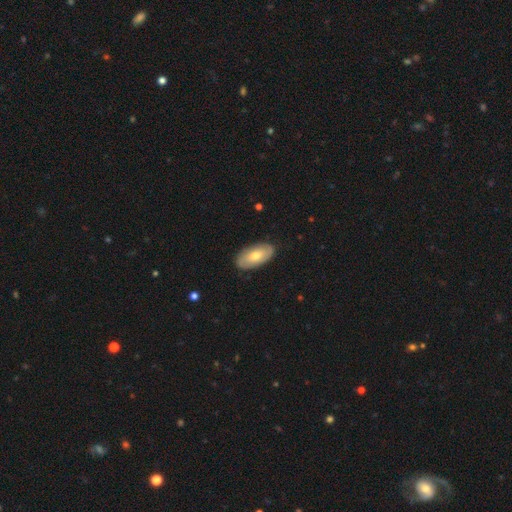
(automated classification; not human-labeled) Q: Smooth or featured?
A: smooth (59%); runner-up: featured or disk (35%)
Q: How rounded?
A: in between (93%); runner-up: cigar-shaped (5%)
Q: Merging?
A: none (86%); runner-up: minor disturbance (11%)